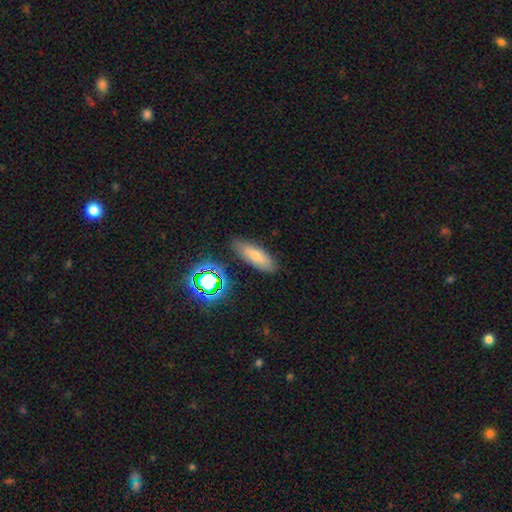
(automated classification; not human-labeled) Smooth or featured? Predicted: smooth (p=0.63). How rounded? Predicted: in between (p=0.57). Merging? Predicted: none (p=0.85).